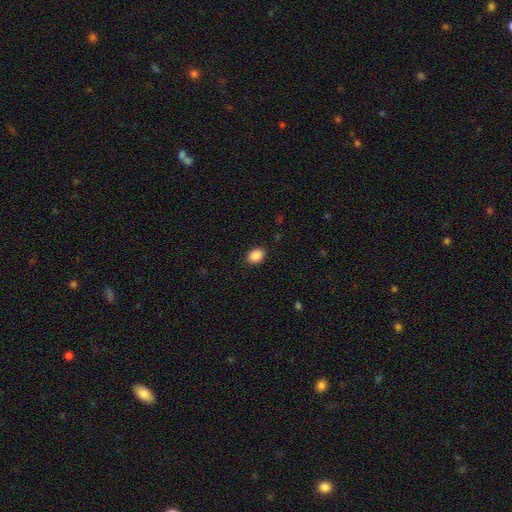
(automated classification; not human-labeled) A smooth galaxy with no disk features (88%) that is in between round and cigar-shaped (66%).

Vote fractions:
- Smooth or featured? smooth: 88% / star or artifact: 8% / featured or disk: 3%
- How rounded? in between: 66% / round: 33% / cigar-shaped: 1%
- Merging? none: 89% / minor disturbance: 8% / major disturbance: 2% / merger: 1%